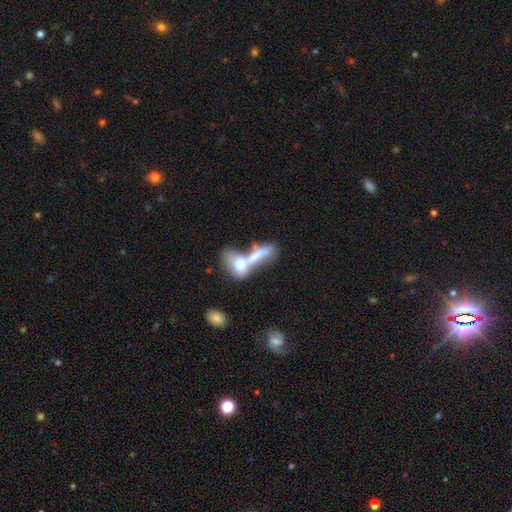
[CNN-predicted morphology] smooth-or-featured: smooth: 58% | featured or disk: 33% | star or artifact: 9%
  how-rounded: in between: 69% | cigar-shaped: 20% | round: 11%
  merging: merger: 71% | major disturbance: 13% | none: 11% | minor disturbance: 6%